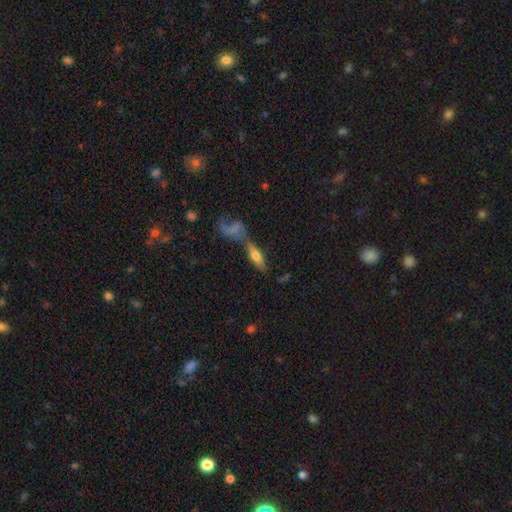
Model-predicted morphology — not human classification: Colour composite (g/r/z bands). It shows a smooth galaxy with no disk features (56%) that is in between round and cigar-shaped (54%). Merging: none (43%).